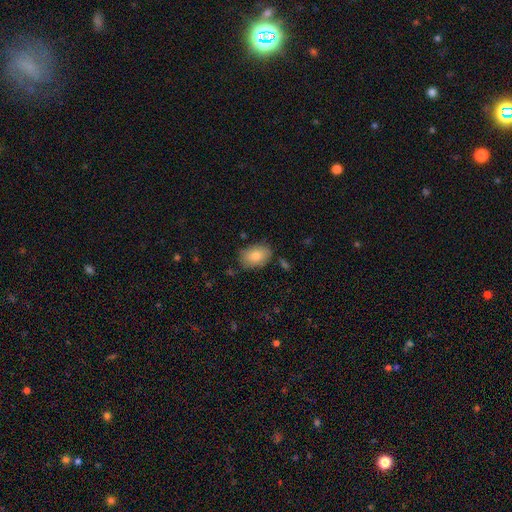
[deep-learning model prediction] This appears to be a smooth galaxy with no disk features (83%) that is in between round and cigar-shaped (86%). Merging: none (78%).